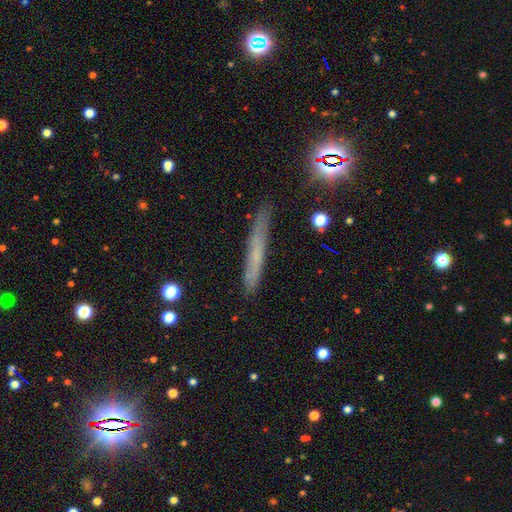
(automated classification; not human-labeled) smooth-or-featured: smooth: 50% | featured or disk: 35% | star or artifact: 14%
  how-rounded: cigar-shaped: 95% | in between: 3% | round: 2%
  merging: none: 83% | minor disturbance: 13% | major disturbance: 3% | merger: 2%